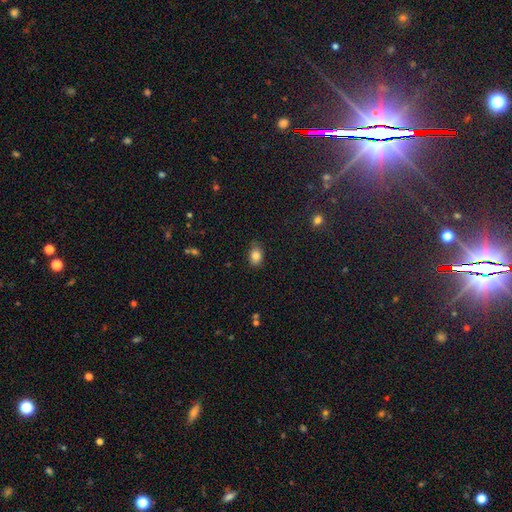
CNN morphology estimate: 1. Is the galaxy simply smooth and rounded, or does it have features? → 84% smooth, 10% star or artifact, 7% featured or disk.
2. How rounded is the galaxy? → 71% in between, 27% round, 1% cigar-shaped.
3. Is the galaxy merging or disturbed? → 78% none, 18% minor disturbance, 3% major disturbance, 1% merger.